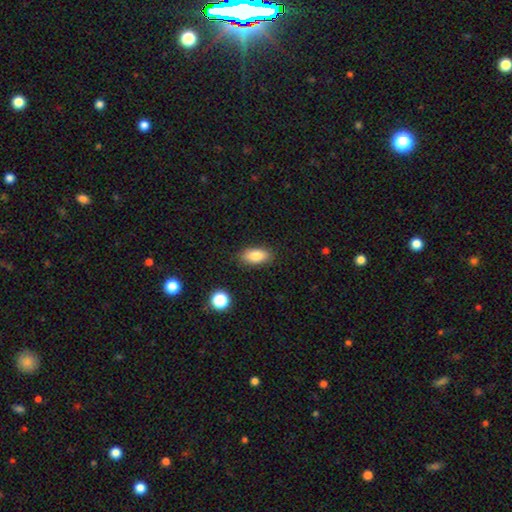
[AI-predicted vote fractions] Smooth or featured: smooth — 84% (star or artifact — 8%)
How rounded: in between — 89% (cigar-shaped — 7%)
Merging: none — 86% (minor disturbance — 10%)